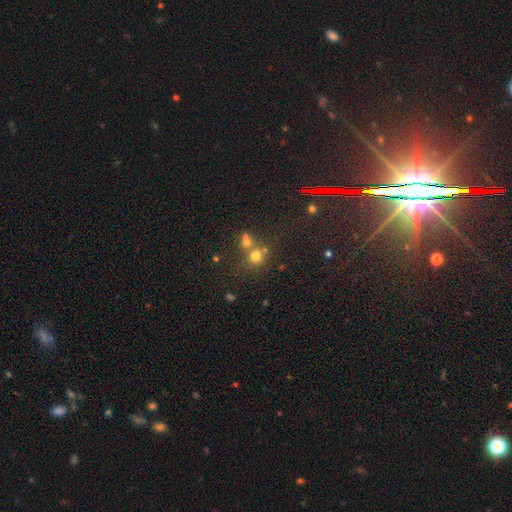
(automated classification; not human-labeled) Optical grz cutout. It shows a smooth galaxy with no disk features (70%) that is round (87%). Merging: none (53%).